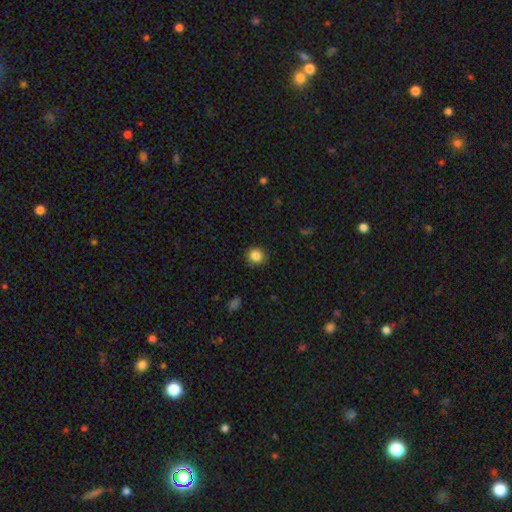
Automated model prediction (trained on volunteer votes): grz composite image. It shows a smooth galaxy with no disk features (86%) that is round (88%). Merging: none (89%).